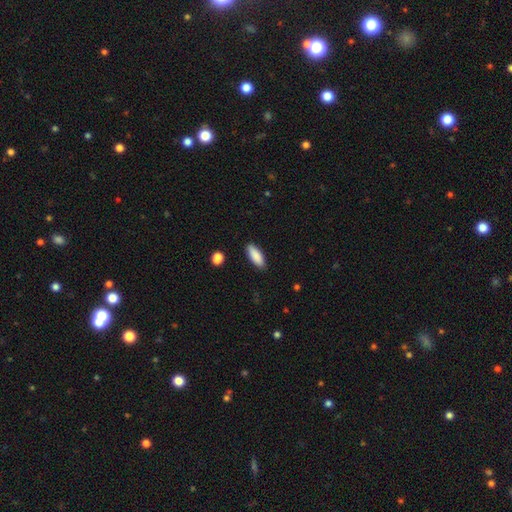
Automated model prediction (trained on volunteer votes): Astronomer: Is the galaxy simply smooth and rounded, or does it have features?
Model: smooth — 88%.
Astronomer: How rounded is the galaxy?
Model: in between — 72%.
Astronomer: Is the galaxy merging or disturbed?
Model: none — 88%.